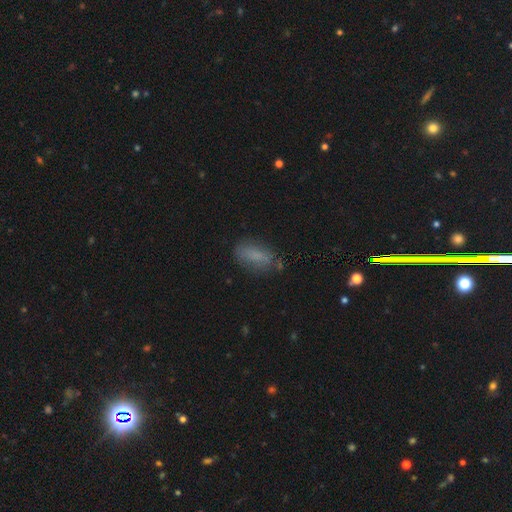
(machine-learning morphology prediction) type=smooth (74%); roundness=in between (81%); merging=none (69%).